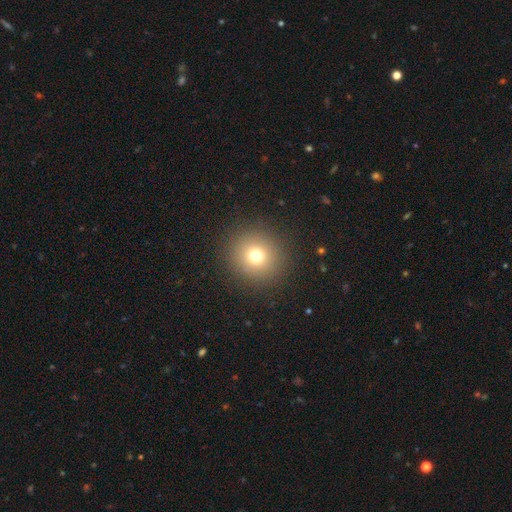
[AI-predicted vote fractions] Smooth or featured?
  - smooth: 73% *
  - star or artifact: 16%
  - featured or disk: 10%
How rounded?
  - round: 92% *
  - in between: 7%
  - cigar-shaped: 1%
Merging?
  - none: 90% *
  - minor disturbance: 6%
  - major disturbance: 3%
  - merger: 1%